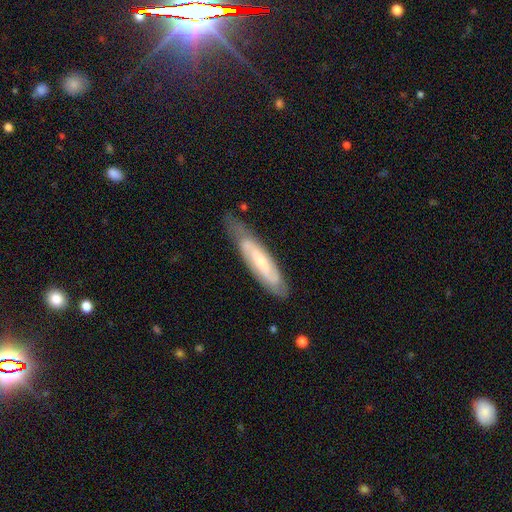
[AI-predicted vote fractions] Smooth or featured? Predicted: featured or disk (p=0.50). Edge-on disk? Predicted: yes (p=0.54). Merging? Predicted: none (p=0.72).